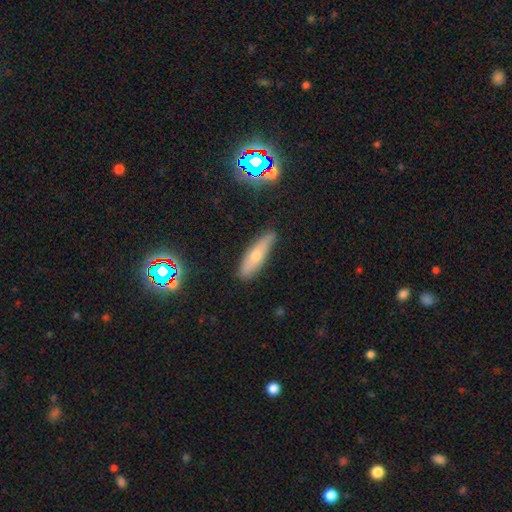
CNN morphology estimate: smooth-or-featured: smooth: 59% | featured or disk: 30% | star or artifact: 11%
  how-rounded: cigar-shaped: 62% | in between: 35% | round: 2%
  merging: none: 79% | minor disturbance: 16% | major disturbance: 3% | merger: 2%